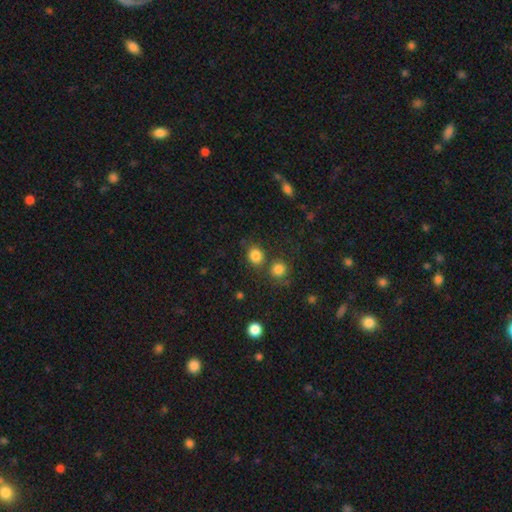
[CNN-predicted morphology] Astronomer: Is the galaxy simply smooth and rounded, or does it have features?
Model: smooth — 83%.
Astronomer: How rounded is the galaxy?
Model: round — 71%.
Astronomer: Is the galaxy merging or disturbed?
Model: none — 70%.